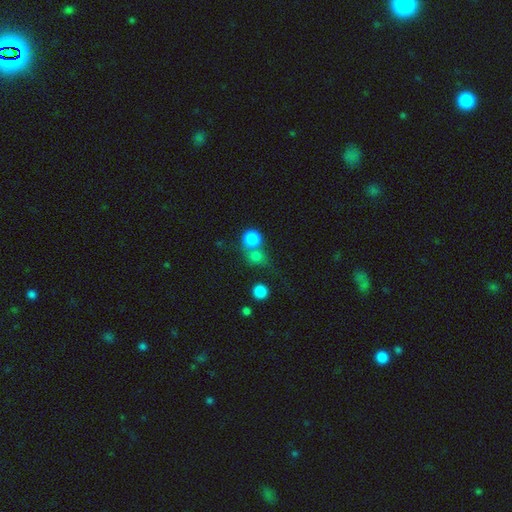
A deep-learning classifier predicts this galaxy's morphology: Smooth or featured: smooth — 80% (star or artifact — 13%)
How rounded: round — 85% (in between — 13%)
Merging: none — 47% (merger — 41%)